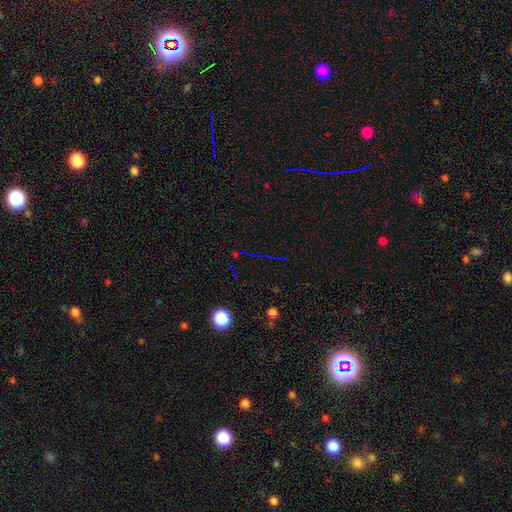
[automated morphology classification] Q: Smooth or featured?
A: star or artifact (73%); runner-up: smooth (14%)